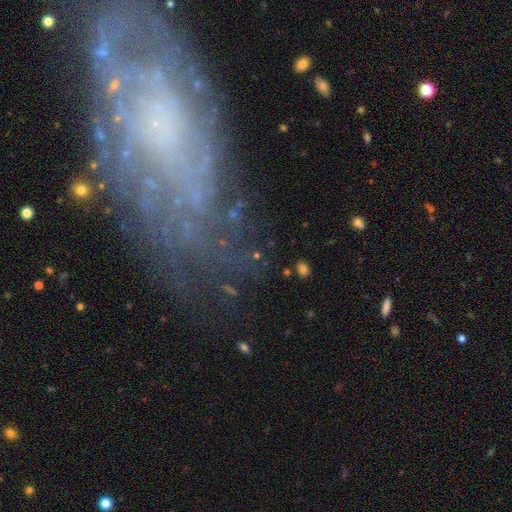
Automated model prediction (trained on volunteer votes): Smooth or featured? Predicted: featured or disk (p=0.50). Edge-on disk? Predicted: no (p=0.92). Merging? Predicted: none (p=0.65).